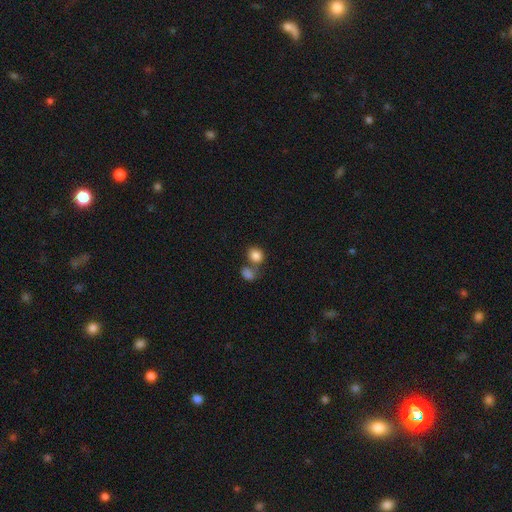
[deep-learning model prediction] Smooth or featured?
  - smooth: 84% *
  - star or artifact: 9%
  - featured or disk: 6%
How rounded?
  - round: 62% *
  - in between: 37%
  - cigar-shaped: 1%
Merging?
  - none: 46% *
  - merger: 40%
  - minor disturbance: 10%
  - major disturbance: 5%